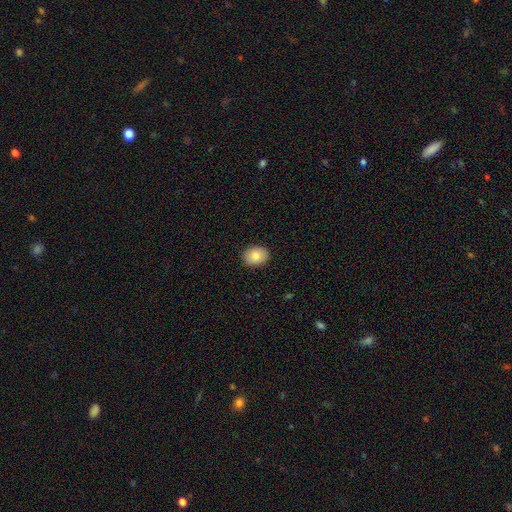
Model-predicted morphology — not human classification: smooth_or_featured: smooth (p=0.82) [alt: featured or disk p=0.10]
how_rounded: in between (p=0.64) [alt: round p=0.35]
merging: none (p=0.90) [alt: minor disturbance p=0.07]